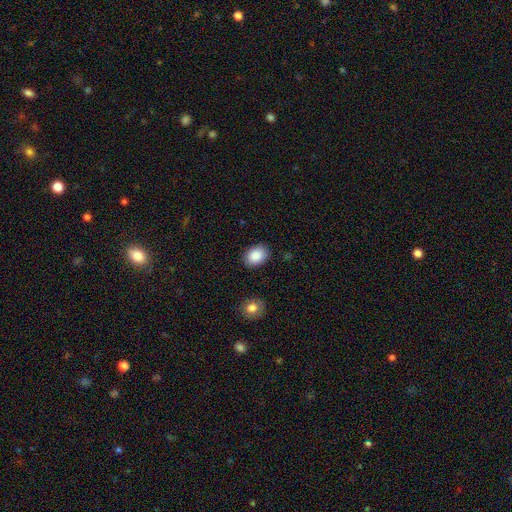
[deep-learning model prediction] Smooth or featured?
  - smooth: 88% *
  - star or artifact: 7%
  - featured or disk: 5%
How rounded?
  - in between: 74% *
  - round: 25%
  - cigar-shaped: 1%
Merging?
  - none: 86% *
  - minor disturbance: 10%
  - major disturbance: 2%
  - merger: 2%